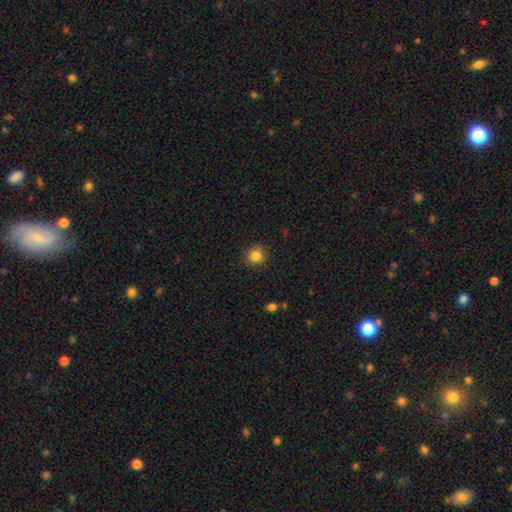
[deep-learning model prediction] Overall: smooth (85%). How rounded: round (88%). Merging: none (85%).